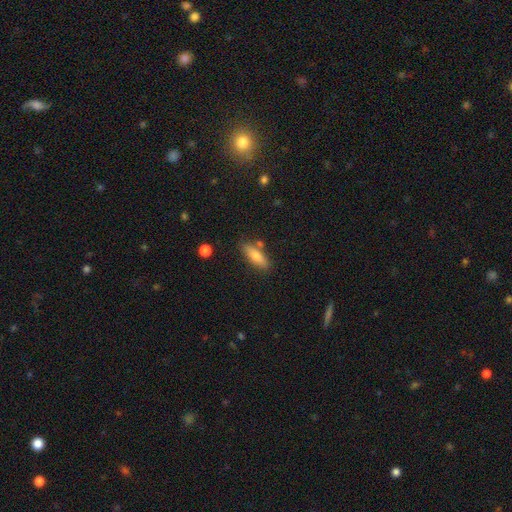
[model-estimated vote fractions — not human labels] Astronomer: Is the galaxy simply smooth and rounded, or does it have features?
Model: smooth — 74%.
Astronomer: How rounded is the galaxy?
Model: in between — 52% (runner-up: cigar-shaped, 46%).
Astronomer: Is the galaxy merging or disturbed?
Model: none — 78%.